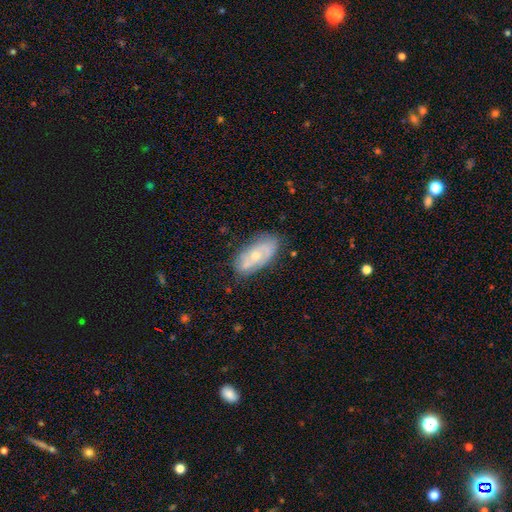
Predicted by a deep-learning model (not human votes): Morphology: type=featured or disk (63%); edge-on=no (91%); bar=no (69%); spiral arms=yes (69%); bulge=small (51%); merging=none (74%).